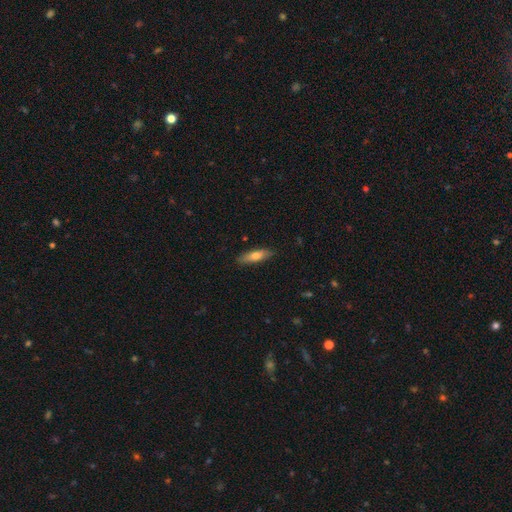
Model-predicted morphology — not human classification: Smooth or featured?
  - smooth: 66% *
  - featured or disk: 28%
  - star or artifact: 6%
How rounded?
  - cigar-shaped: 62% *
  - in between: 35%
  - round: 2%
Merging?
  - none: 87% *
  - minor disturbance: 10%
  - major disturbance: 2%
  - merger: 1%